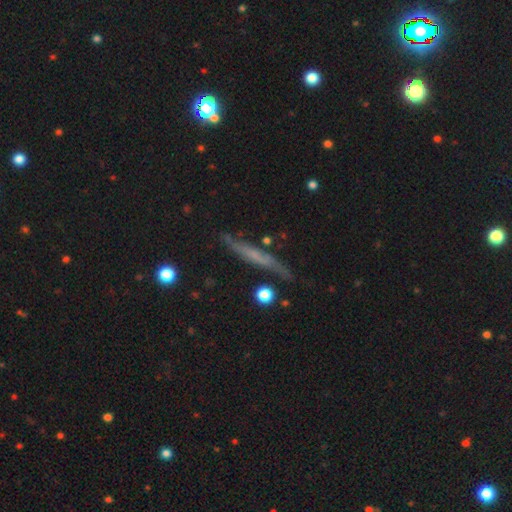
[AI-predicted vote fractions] The model was most divided on "smooth or featured": featured or disk: 53%, smooth: 39%, star or artifact: 8%. More confident: edge-on disk — yes (89%); merging — none (77%).